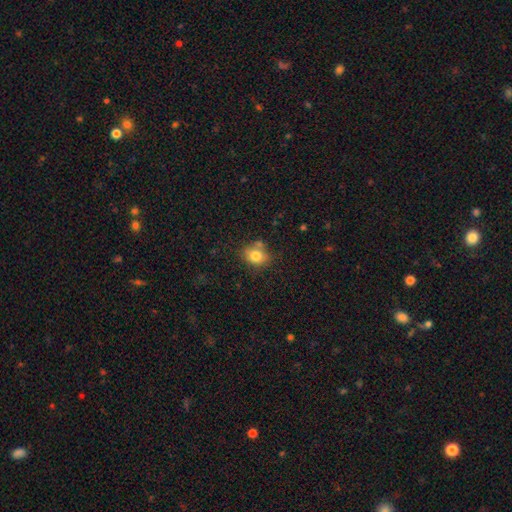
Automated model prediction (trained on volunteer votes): Smooth or featured?
  - smooth: 79% *
  - featured or disk: 11%
  - star or artifact: 10%
How rounded?
  - round: 54% *
  - in between: 45%
  - cigar-shaped: 1%
Merging?
  - none: 66% *
  - minor disturbance: 18%
  - merger: 11%
  - major disturbance: 5%